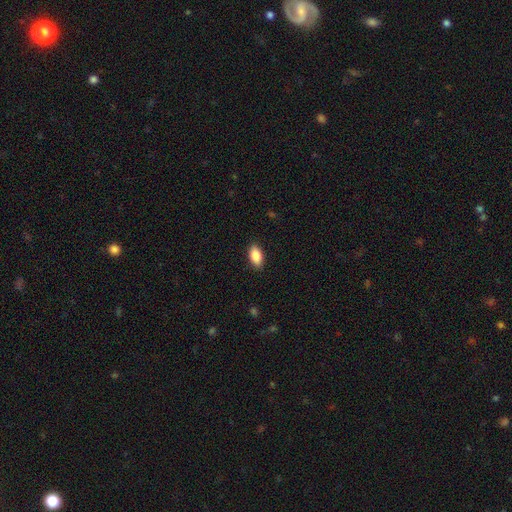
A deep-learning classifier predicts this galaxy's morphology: smooth_or_featured: smooth (p=0.88) [alt: star or artifact p=0.07]
how_rounded: in between (p=0.92) [alt: cigar-shaped p=0.04]
merging: none (p=0.88) [alt: minor disturbance p=0.09]